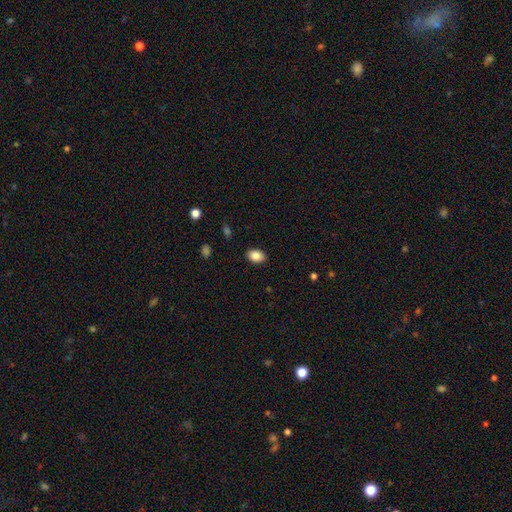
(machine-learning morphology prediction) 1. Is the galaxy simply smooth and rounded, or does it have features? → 86% smooth, 8% star or artifact, 5% featured or disk.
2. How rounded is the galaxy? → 81% in between, 18% round, 1% cigar-shaped.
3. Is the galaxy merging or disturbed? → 88% none, 8% minor disturbance, 2% major disturbance, 1% merger.